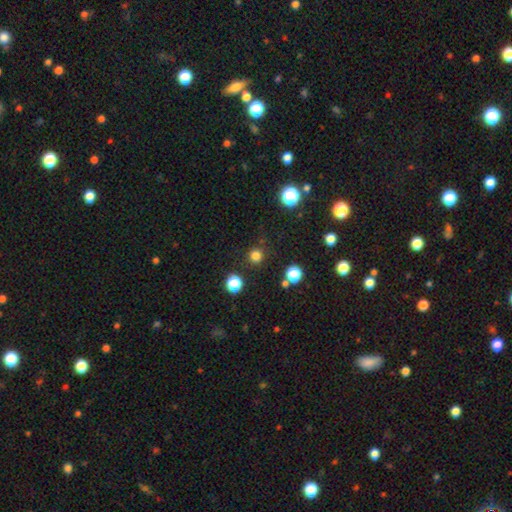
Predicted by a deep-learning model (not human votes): A smooth galaxy with no disk features (77%) that is round (94%).

Vote fractions:
- Smooth or featured? smooth: 77% / star or artifact: 18% / featured or disk: 4%
- How rounded? round: 94% / in between: 5% / cigar-shaped: 1%
- Merging? none: 88% / minor disturbance: 7% / major disturbance: 3% / merger: 3%